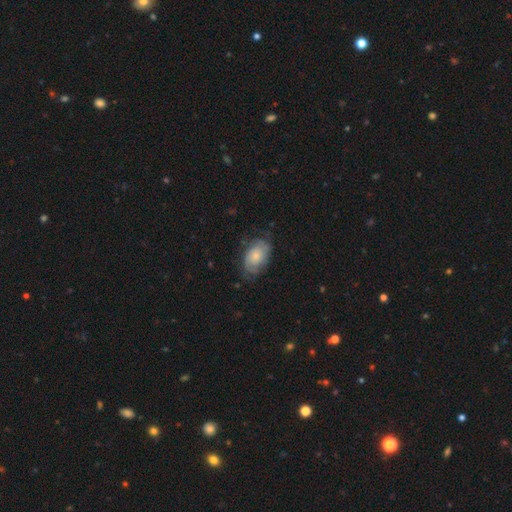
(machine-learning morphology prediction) The model was most divided on "smooth or featured": smooth: 51%, featured or disk: 42%, star or artifact: 7%. More confident: how rounded — in between (86%); merging — none (58%).